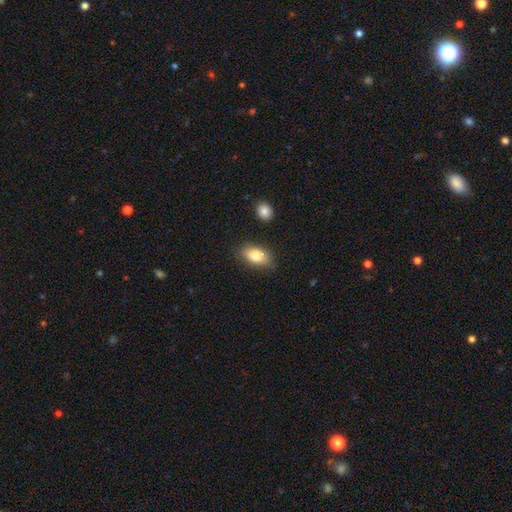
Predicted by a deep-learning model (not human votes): Smooth or featured? Predicted: smooth (p=0.83). How rounded? Predicted: in between (p=0.89). Merging? Predicted: none (p=0.80).